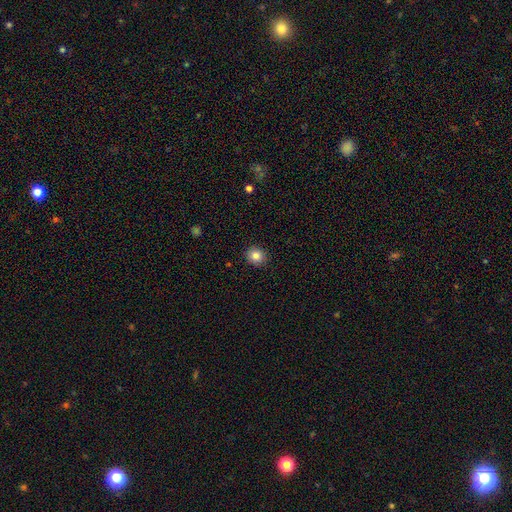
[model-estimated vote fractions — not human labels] A smooth galaxy with no disk features (84%) that is round (84%). Merging: none (91%).